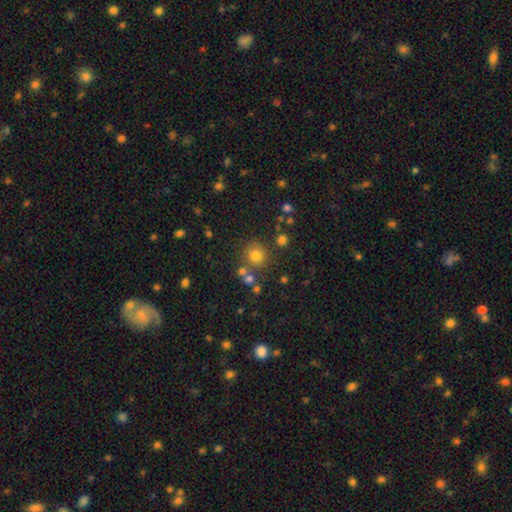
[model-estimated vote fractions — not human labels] This appears to be a smooth galaxy with no disk features (74%) that is round (91%). Merging: none (77%).